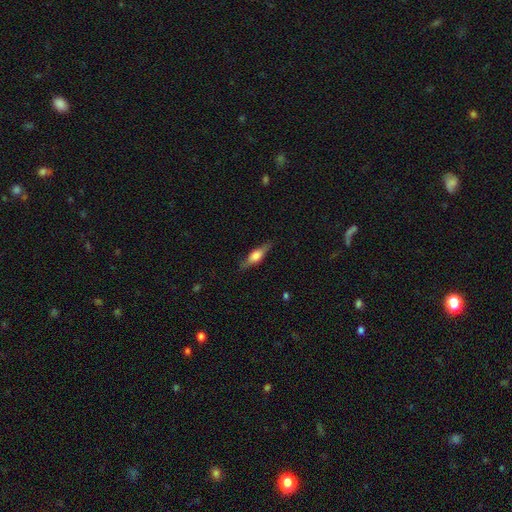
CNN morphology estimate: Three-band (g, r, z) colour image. It shows a featured or disk galaxy (53%) viewed edge-on (93%). Merging: none (83%).